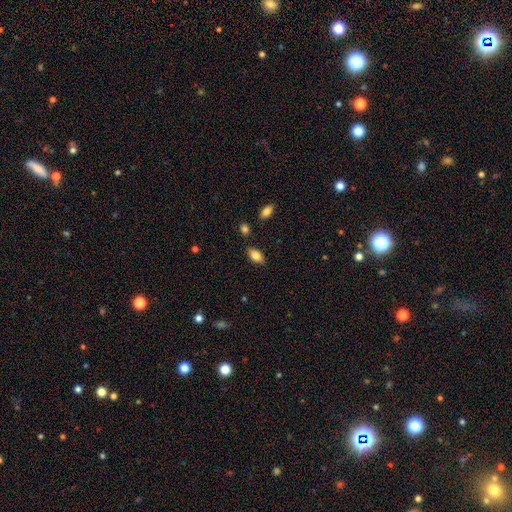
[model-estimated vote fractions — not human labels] Smooth or featured? Predicted: smooth (p=0.78). How rounded? Predicted: in between (p=0.90). Merging? Predicted: none (p=0.83).